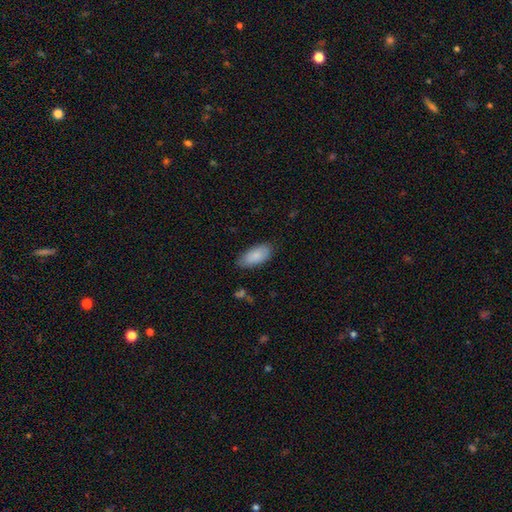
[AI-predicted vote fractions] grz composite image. It shows a smooth galaxy with no disk features (86%) that is in between round and cigar-shaped (92%). Merging: none (79%).